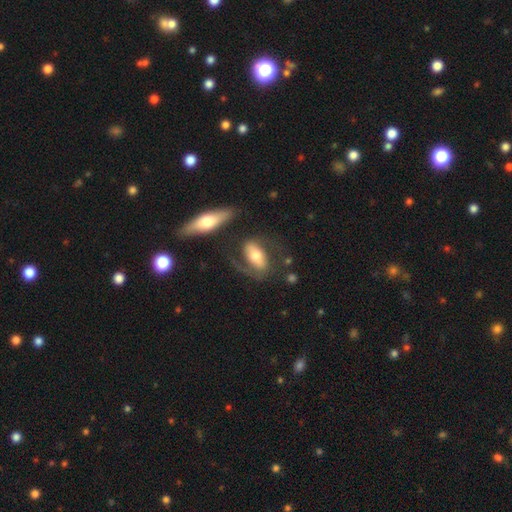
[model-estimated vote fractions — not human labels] Smooth or featured? featured or disk (54%)
Edge-on disk? no (85%)
Merging? none (52%)